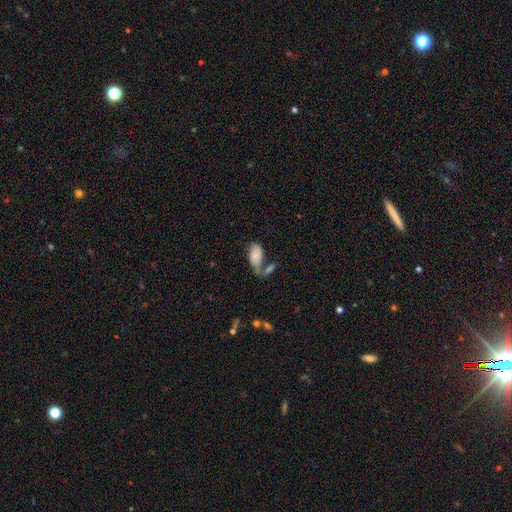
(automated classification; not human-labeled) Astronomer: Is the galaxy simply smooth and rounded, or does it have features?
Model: smooth — 77%.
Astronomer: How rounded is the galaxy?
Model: in between — 93%.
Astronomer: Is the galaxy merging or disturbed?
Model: merger — 37% (runner-up: none, 30%).